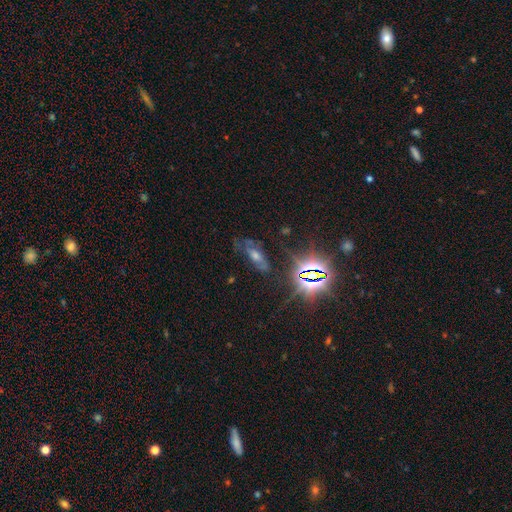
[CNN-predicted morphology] Smooth or featured? Predicted: star or artifact (p=0.48).